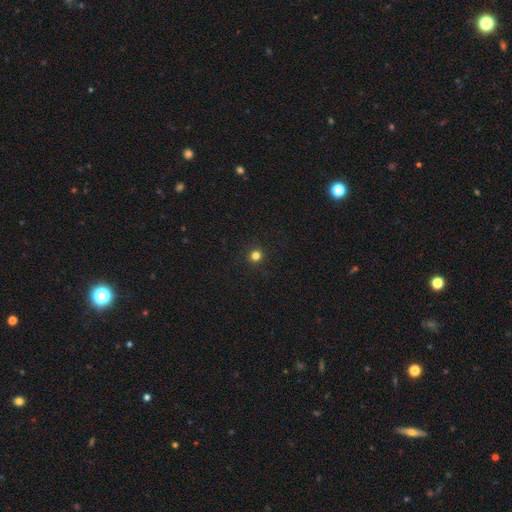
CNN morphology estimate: smooth-or-featured: smooth: 80% | star or artifact: 16% | featured or disk: 4%
  how-rounded: round: 95% | in between: 4% | cigar-shaped: 1%
  merging: none: 93% | minor disturbance: 5% | major disturbance: 2% | merger: 1%